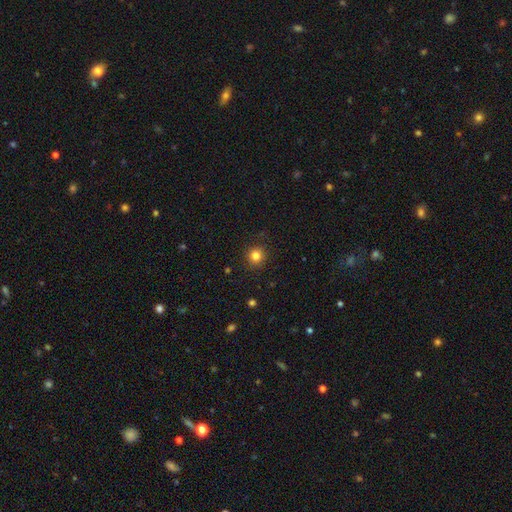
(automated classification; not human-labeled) smooth 82%, star or artifact 13%, featured or disk 5%. Down the decision tree: how rounded — round (91%); merging — none (89%).